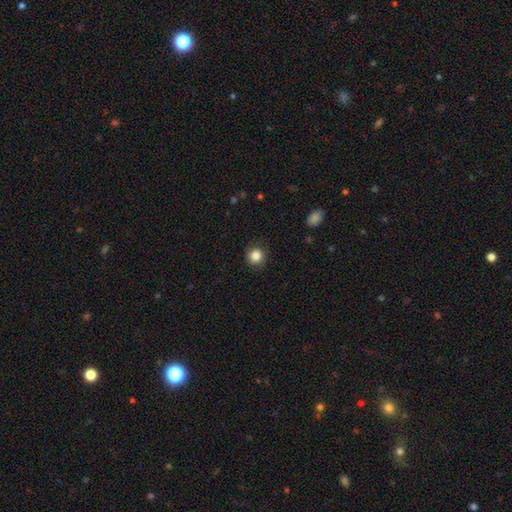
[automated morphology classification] Smooth or featured? smooth (85%)
How rounded? round (90%)
Merging? none (86%)